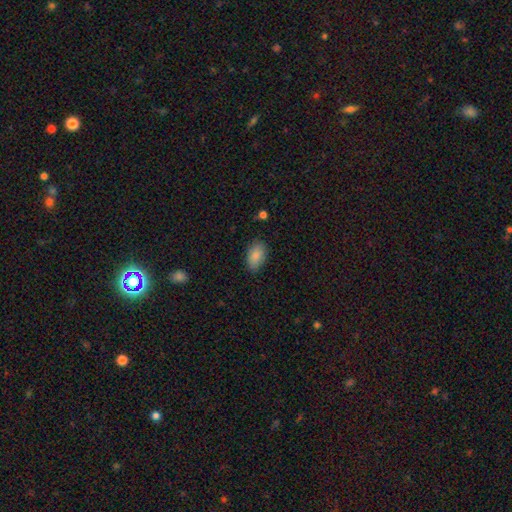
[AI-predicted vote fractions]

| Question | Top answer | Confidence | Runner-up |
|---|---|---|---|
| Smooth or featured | smooth | 87% | star or artifact (7%) |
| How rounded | in between | 93% | round (5%) |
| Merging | none | 83% | minor disturbance (13%) |